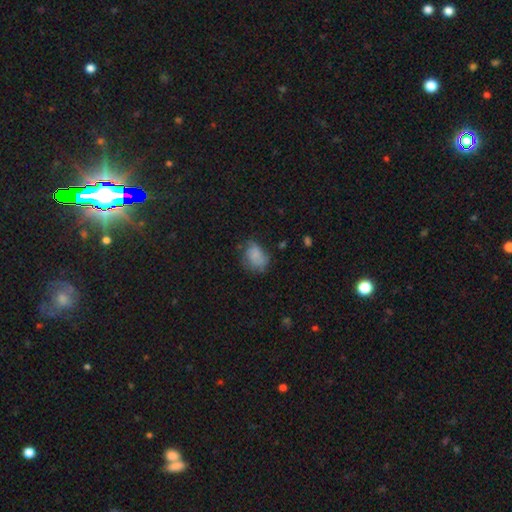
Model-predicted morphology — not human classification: type=smooth (67%); roundness=in between (64%); merging=none (47%).